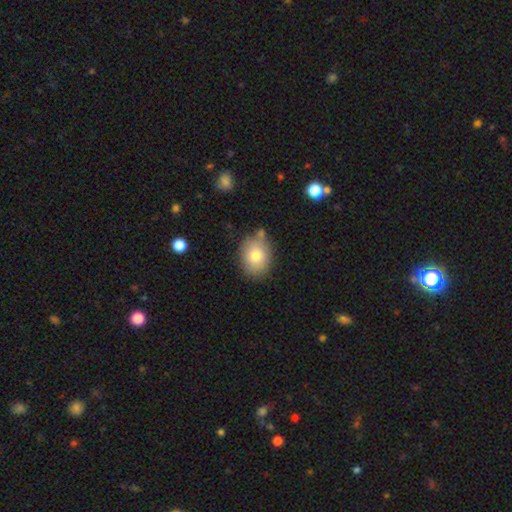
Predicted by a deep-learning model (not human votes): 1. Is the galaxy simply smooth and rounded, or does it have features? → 78% smooth, 13% featured or disk, 9% star or artifact.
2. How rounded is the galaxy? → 55% in between, 44% round, 1% cigar-shaped.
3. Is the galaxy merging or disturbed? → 73% none, 17% minor disturbance, 7% merger, 4% major disturbance.